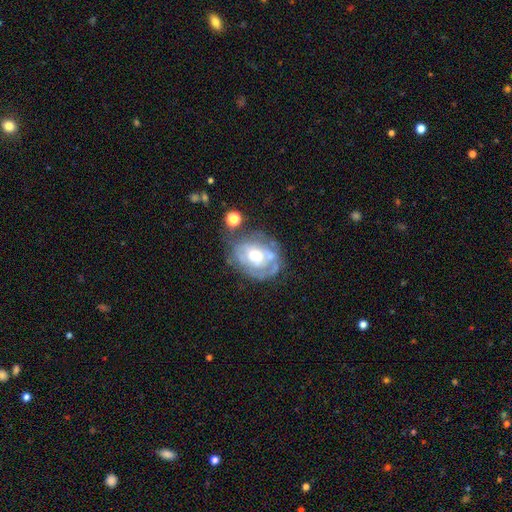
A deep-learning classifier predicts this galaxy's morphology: Smooth or featured? featured or disk (70%)
Edge-on disk? no (96%)
Bar? no (75%)
Spiral arms? yes (52%)
Bulge size? moderate (62%)
Merging? none (48%)